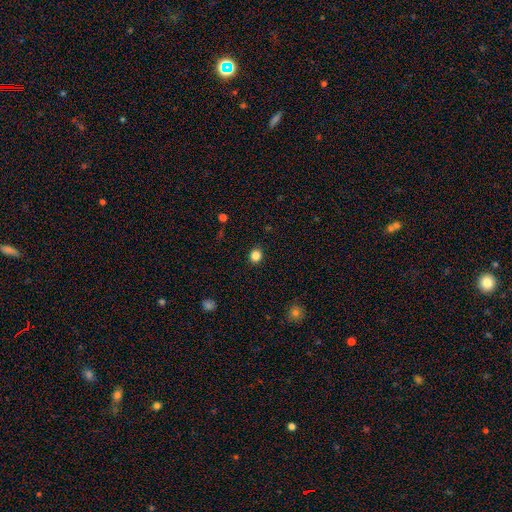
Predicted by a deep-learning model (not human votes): This is clearly a smooth galaxy (84%). How rounded: likely round (72%). Merging: clearly none (91%).